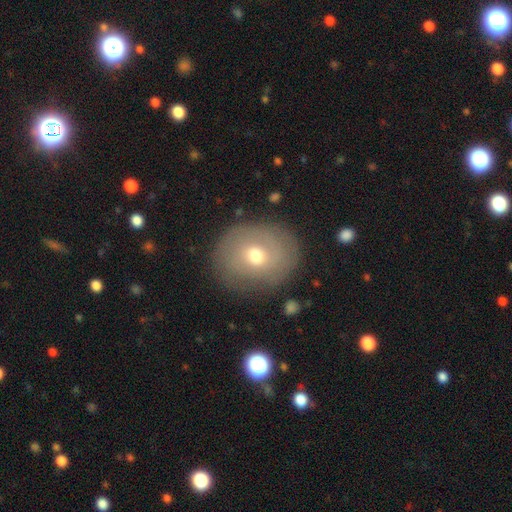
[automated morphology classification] Overall: smooth (51%; featured or disk 39%). How rounded: round (62%; in between 37%). Merging: none (80%).